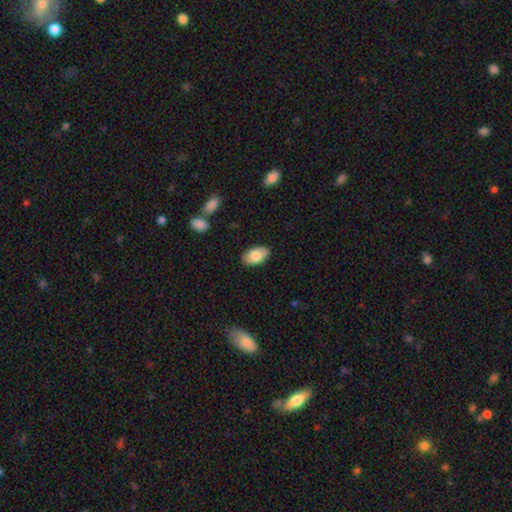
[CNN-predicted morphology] The model was most divided on "smooth or featured": smooth: 80%, featured or disk: 14%, star or artifact: 6%. More confident: how rounded — in between (94%); merging — none (87%).